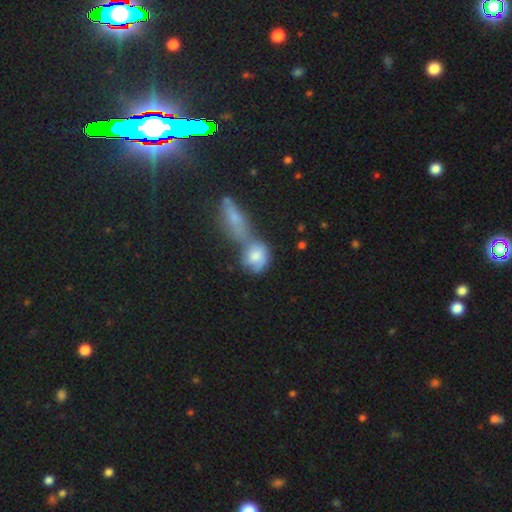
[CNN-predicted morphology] The model was most divided on "how rounded": round: 47%, in between: 46%, cigar-shaped: 7%. More confident: smooth or featured — smooth (62%); merging — merger (56%).